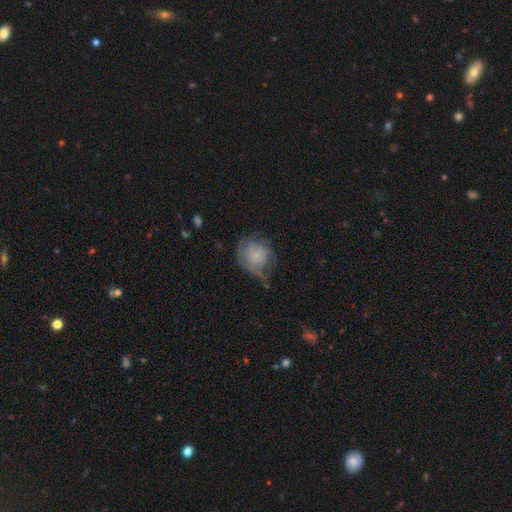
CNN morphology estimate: A smooth galaxy with no disk features (70%) that is round (68%).

Vote fractions:
- Smooth or featured? smooth: 70% / featured or disk: 22% / star or artifact: 9%
- How rounded? round: 68% / in between: 31% / cigar-shaped: 1%
- Merging? minor disturbance: 38% (tied) / none: 38% (tied) / major disturbance: 22% / merger: 3%